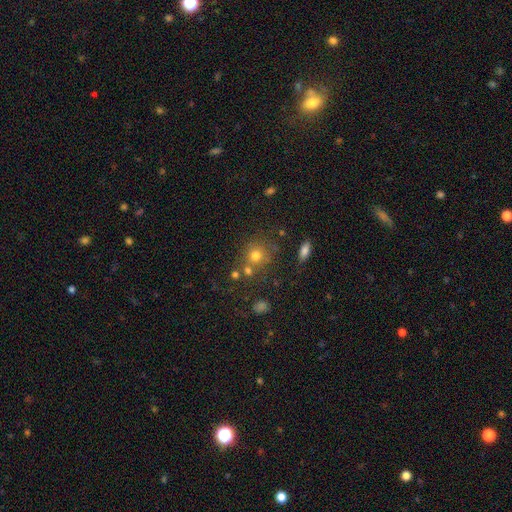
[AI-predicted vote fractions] Q: Smooth or featured?
A: smooth (72%); runner-up: star or artifact (16%)
Q: How rounded?
A: round (84%); runner-up: in between (15%)
Q: Merging?
A: none (62%); runner-up: merger (21%)